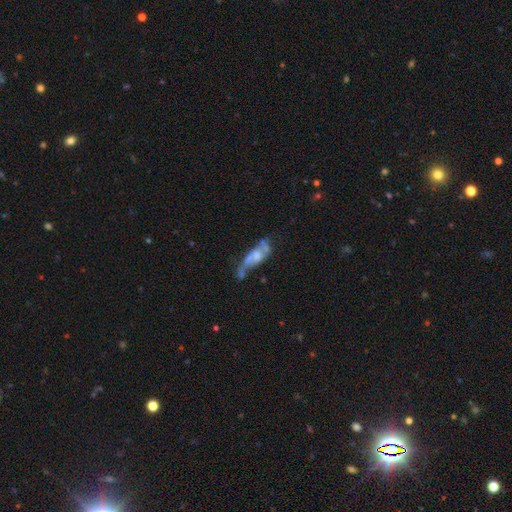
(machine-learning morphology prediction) A featured or disk galaxy (58%).

Vote fractions:
- Smooth or featured? featured or disk: 58% / smooth: 32% / star or artifact: 9%
- Edge-on disk? no: 84% / yes: 16%
- Merging? none: 28% / merger: 27% / major disturbance: 24% / minor disturbance: 21%